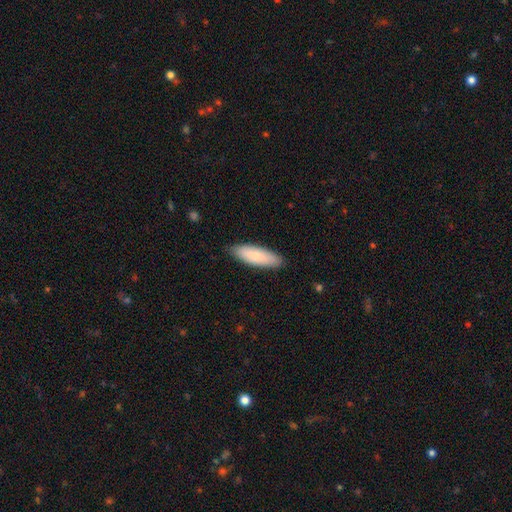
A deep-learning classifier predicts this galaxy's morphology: Q: Smooth or featured?
A: smooth (79%); runner-up: featured or disk (16%)
Q: How rounded?
A: in between (55%); runner-up: cigar-shaped (43%)
Q: Merging?
A: none (86%); runner-up: minor disturbance (11%)